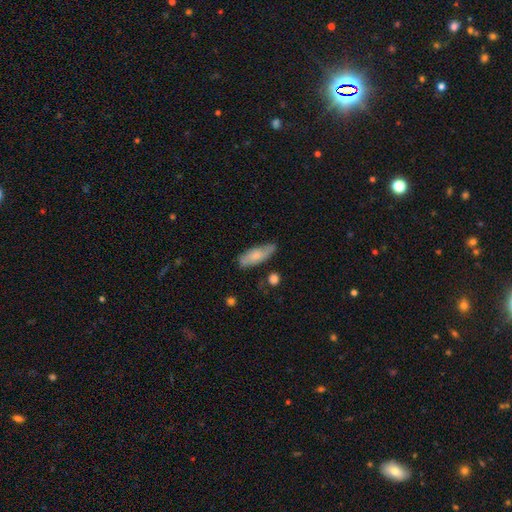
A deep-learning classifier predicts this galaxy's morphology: A smooth galaxy with no disk features (67%) that is in between round and cigar-shaped (64%).

Vote fractions:
- Smooth or featured? smooth: 67% / featured or disk: 27% / star or artifact: 6%
- How rounded? in between: 64% / cigar-shaped: 34% / round: 2%
- Merging? none: 71% / minor disturbance: 22% / major disturbance: 4% / merger: 3%